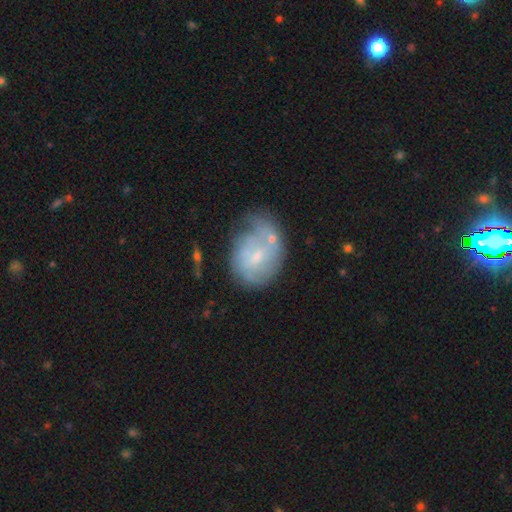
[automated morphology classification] Smooth or featured: featured or disk — 56% (smooth — 35%)
Edge-on disk: no — 97% (yes — 3%)
Bar: no — 48% (weak — 44%)
Spiral arms: yes — 65% (no — 35%)
Bulge size: small — 63% (moderate — 25%)
Merging: none — 37% (minor disturbance — 29%)